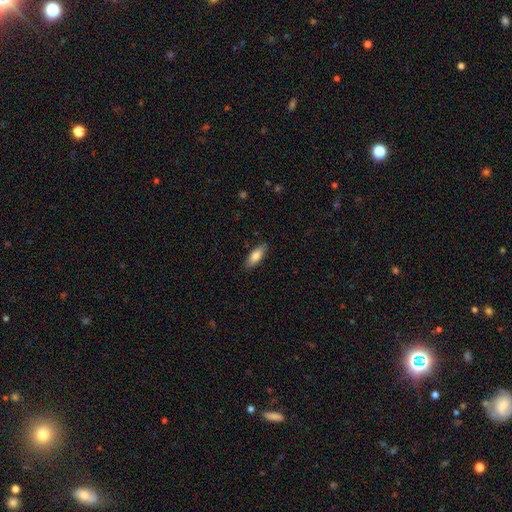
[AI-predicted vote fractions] smooth-or-featured: smooth: 80% | featured or disk: 14% | star or artifact: 6%
  how-rounded: in between: 67% | cigar-shaped: 31% | round: 2%
  merging: none: 87% | minor disturbance: 10% | major disturbance: 2% | merger: 1%